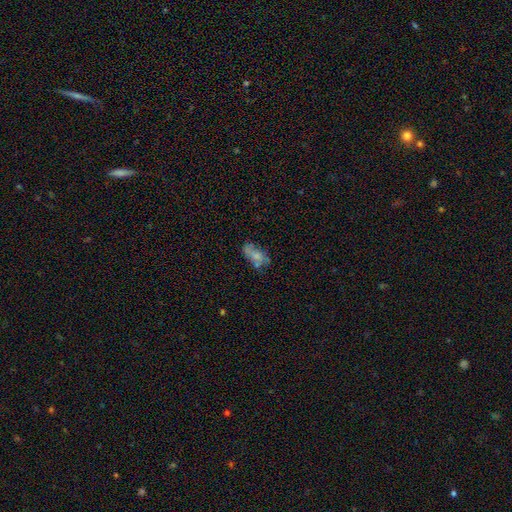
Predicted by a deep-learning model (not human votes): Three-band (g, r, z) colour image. It shows a smooth galaxy with no disk features (63%) that is in between round and cigar-shaped (86%). Merging: none (44%).